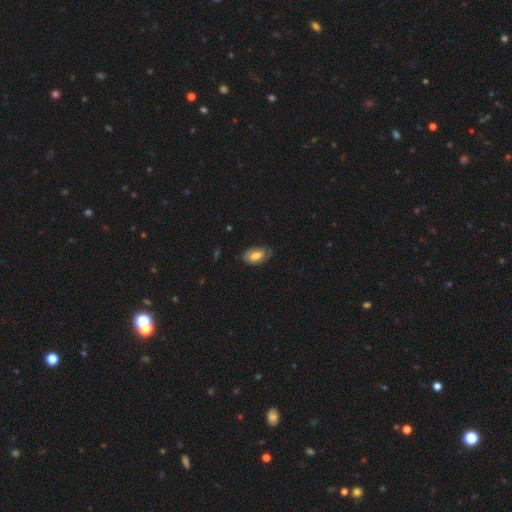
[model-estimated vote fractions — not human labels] This appears to be a smooth galaxy with no disk features (65%) that is in between round and cigar-shaped (93%). Merging: none (73%).